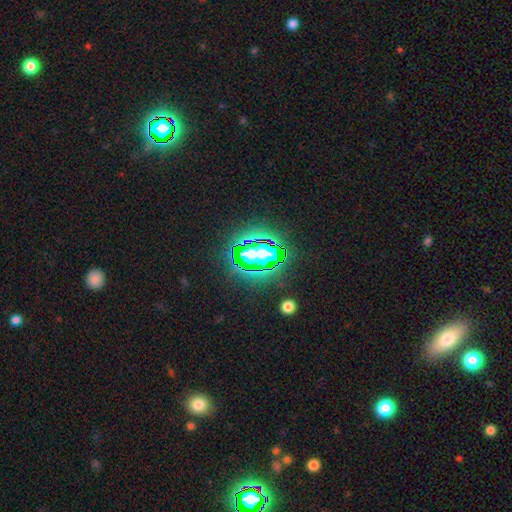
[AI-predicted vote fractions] star or artifact 77%, smooth 14%, featured or disk 8%.